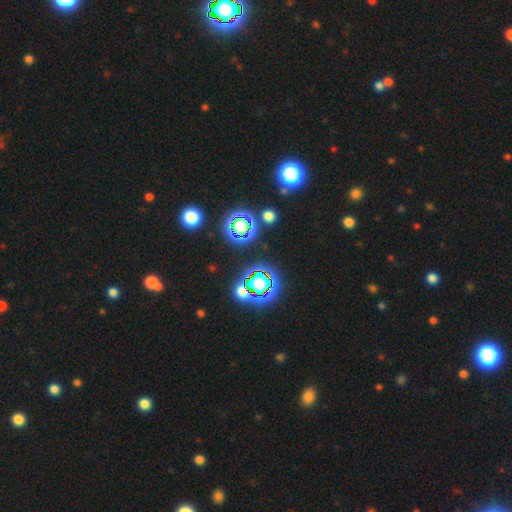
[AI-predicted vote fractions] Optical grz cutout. It shows a star or artifact, not a galaxy (81%).